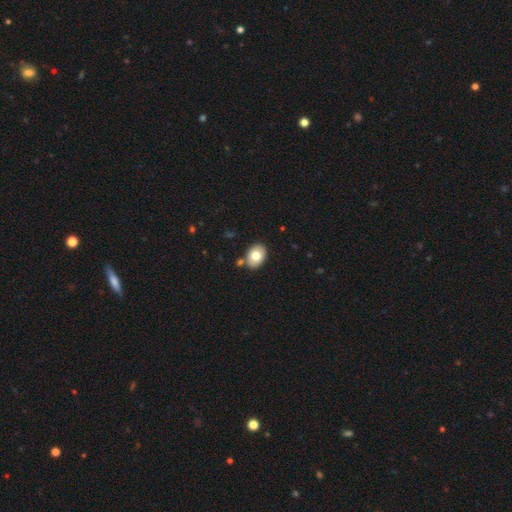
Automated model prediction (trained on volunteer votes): Overall: smooth (76%). How rounded: in between (76%). Merging: none (80%).